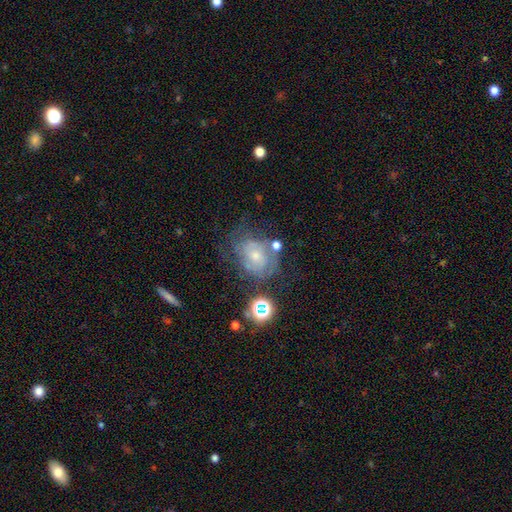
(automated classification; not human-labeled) This is likely a featured or disk galaxy (62%). It is clearly not viewed edge-on (97%). Bar: likely no (75%). Spiral arm pattern: likely yes (78%). Central bulge: possibly small (50%). Merging: possibly none (49%).